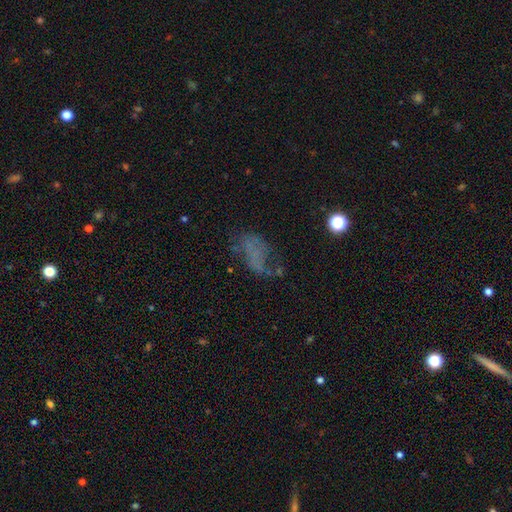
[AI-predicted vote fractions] Overall: featured or disk (40%; smooth 36%). Merging: none (39%; major disturbance 34%).